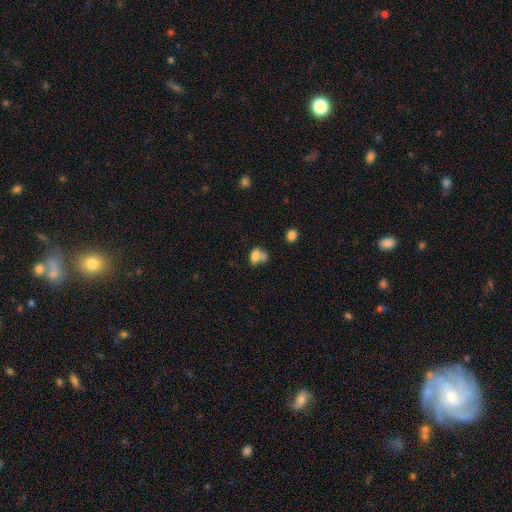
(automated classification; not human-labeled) Overall: smooth (73%). How rounded: in between (71%). Merging: merger (45%; none 27%).